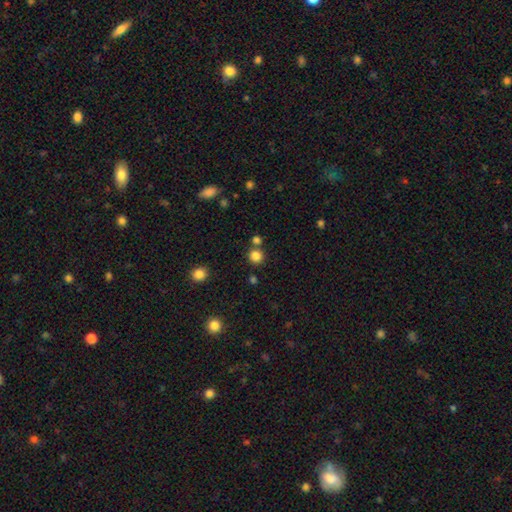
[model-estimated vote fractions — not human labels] Smooth or featured? smooth (82%)
How rounded? round (92%)
Merging? none (76%)